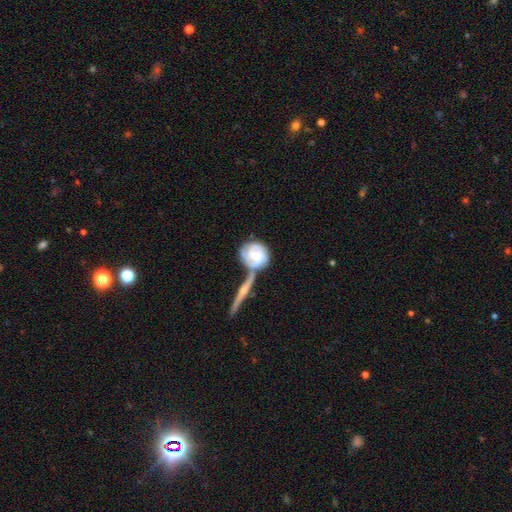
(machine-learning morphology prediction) A featured or disk galaxy (73%) with no bar (61%), 3 (31%) tight (63%) spiral arms (88%) and a moderate central bulge (59%).

Vote fractions:
- Smooth or featured? featured or disk: 73% / smooth: 22% / star or artifact: 6%
- Edge-on disk? no: 92% / yes: 8%
- Bar? no: 61% / weak: 31% / strong: 8%
- Spiral arms? yes: 88% / no: 12%
- Spiral winding? tight: 63% / medium: 29% / loose: 9%
- Spiral arm count? 3: 31% / can't tell: 28% / 2: 24% / 4: 6% / 1: 6% / more than 4: 3%
- Bulge size? moderate: 59% / small: 23% / large: 11% / none: 5% / dominant: 2%
- Merging? none: 43% / merger: 32% / minor disturbance: 16% / major disturbance: 9%